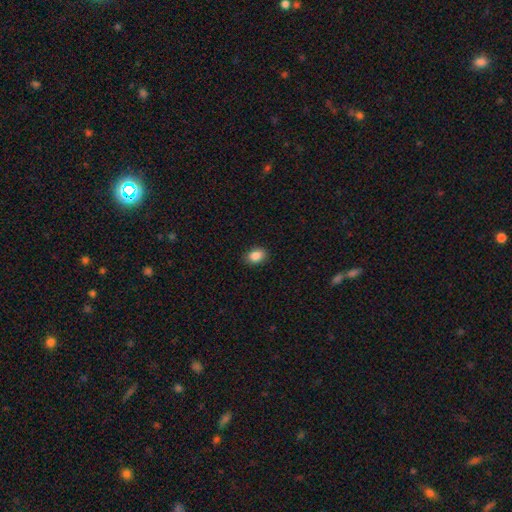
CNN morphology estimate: Q: Smooth or featured?
A: smooth (87%); runner-up: star or artifact (9%)
Q: How rounded?
A: in between (76%); runner-up: round (23%)
Q: Merging?
A: none (88%); runner-up: minor disturbance (9%)